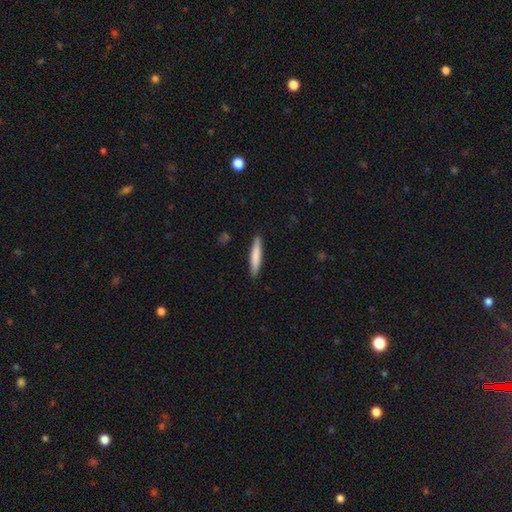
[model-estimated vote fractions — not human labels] A smooth galaxy with no disk features (78%) that is cigar-shaped (92%).

Vote fractions:
- Smooth or featured? smooth: 78% / featured or disk: 17% / star or artifact: 5%
- How rounded? cigar-shaped: 92% / in between: 7% / round: 1%
- Merging? none: 90% / minor disturbance: 7% / major disturbance: 2% / merger: 1%